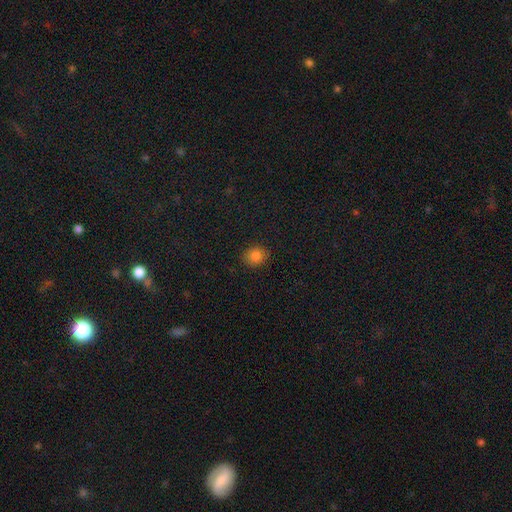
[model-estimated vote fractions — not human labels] Morphology: type=smooth (82%); roundness=round (67%); merging=none (88%).